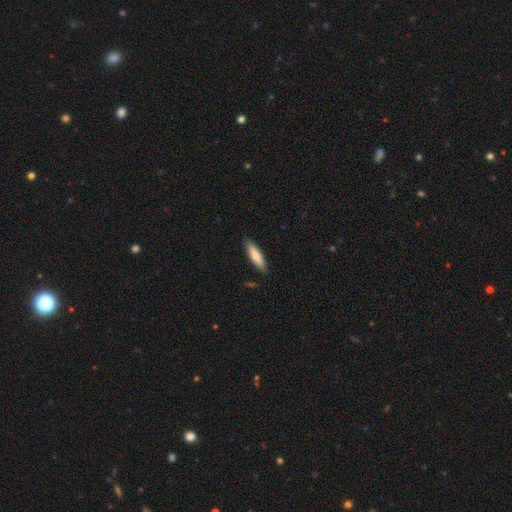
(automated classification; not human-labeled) This is clearly a smooth galaxy (80%). How rounded: likely cigar-shaped (70%). Merging: clearly none (88%).